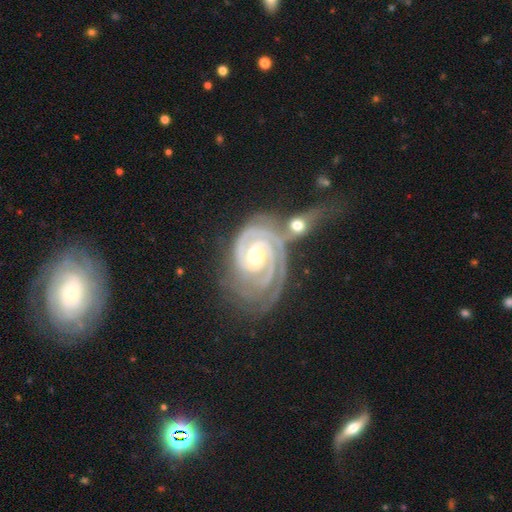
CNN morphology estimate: This is clearly a featured or disk galaxy (93%). It is clearly not viewed edge-on (97%). Bar: possibly no (47%). Spiral arm pattern: clearly yes (99%). Spiral arm count: possibly 2 (51%). Spiral winding: clearly tight (83%). Central bulge: likely moderate (61%). Merging: possibly none (47%).